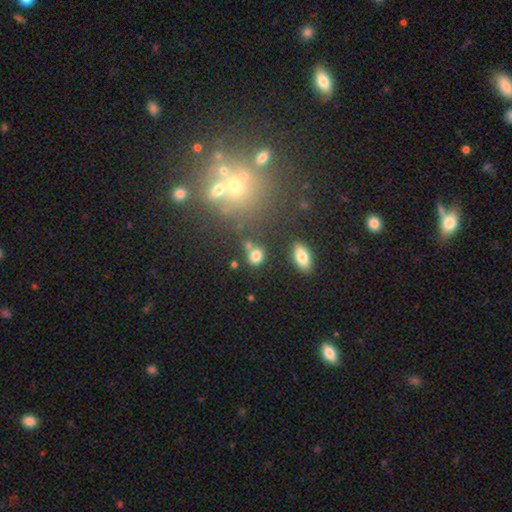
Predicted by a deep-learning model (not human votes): smooth-or-featured: smooth: 79% | star or artifact: 13% | featured or disk: 8%
  how-rounded: round: 66% | in between: 32% | cigar-shaped: 2%
  merging: none: 63% | merger: 19% | minor disturbance: 12% | major disturbance: 5%